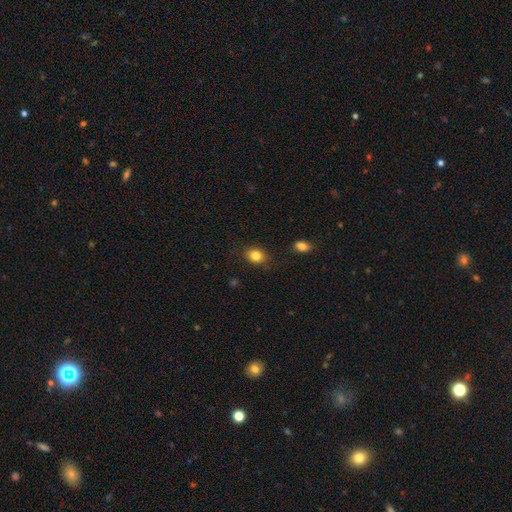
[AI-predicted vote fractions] smooth 83%, star or artifact 10%, featured or disk 7%. Down the decision tree: how rounded — round (52%); merging — none (85%).